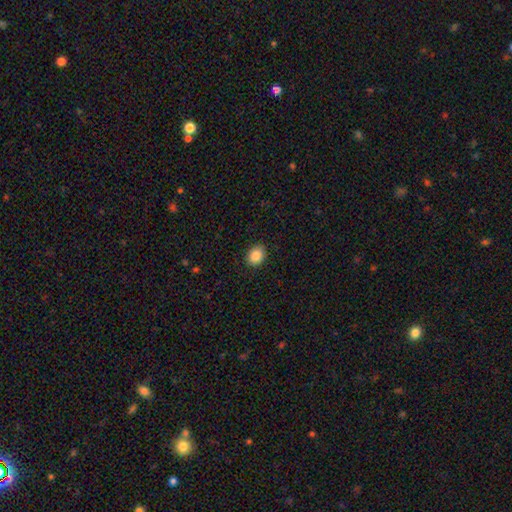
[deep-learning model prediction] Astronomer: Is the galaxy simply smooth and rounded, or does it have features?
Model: smooth — 87%.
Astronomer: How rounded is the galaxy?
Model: in between — 53% (runner-up: round, 46%).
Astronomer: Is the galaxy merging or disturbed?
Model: none — 89%.